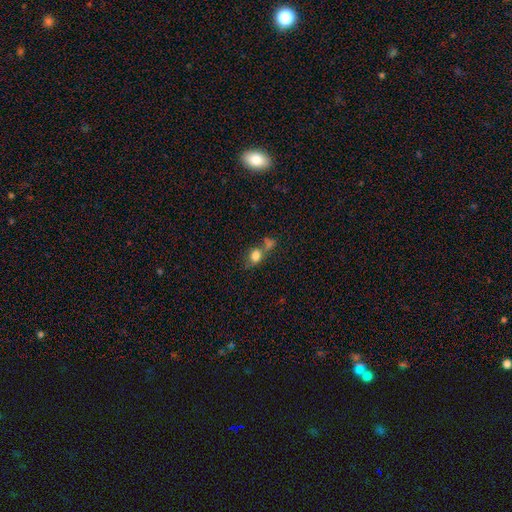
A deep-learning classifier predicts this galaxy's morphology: A smooth galaxy with no disk features (78%) that is round (51%).

Vote fractions:
- Smooth or featured? smooth: 78% / star or artifact: 12% / featured or disk: 10%
- How rounded? round: 51% / in between: 46% / cigar-shaped: 2%
- Merging? merger: 39% / none: 38% / minor disturbance: 13% / major disturbance: 9%